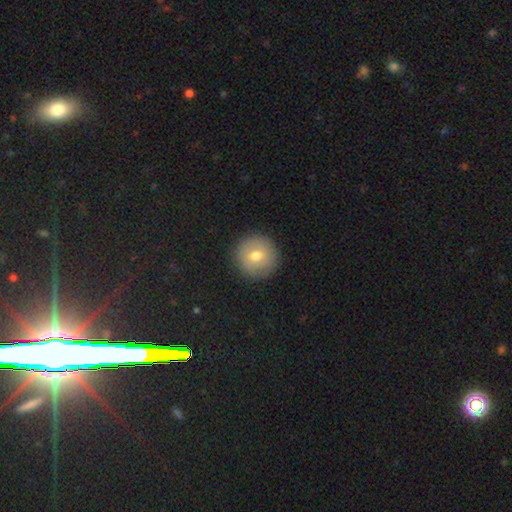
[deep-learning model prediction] Smooth or featured: smooth — 69% (featured or disk — 21%)
How rounded: round — 95% (in between — 4%)
Merging: none — 90% (minor disturbance — 7%)